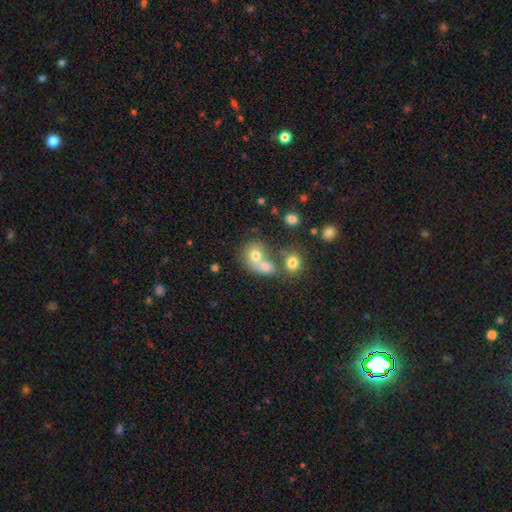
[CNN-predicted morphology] Smooth or featured? smooth (70%)
How rounded? round (58%)
Merging? merger (58%)